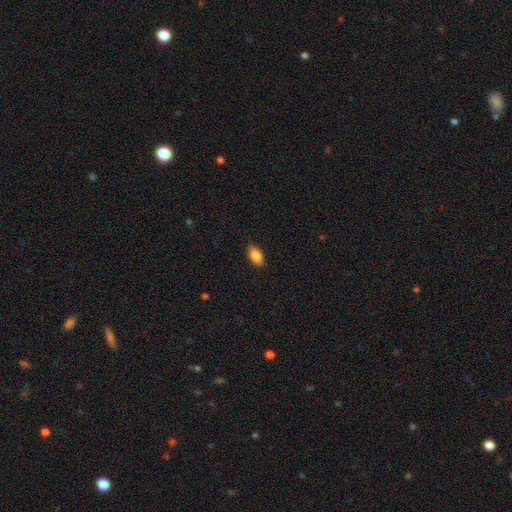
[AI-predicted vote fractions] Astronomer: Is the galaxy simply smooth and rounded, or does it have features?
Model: smooth — 87%.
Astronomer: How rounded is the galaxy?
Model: in between — 92%.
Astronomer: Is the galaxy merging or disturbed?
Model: none — 86%.